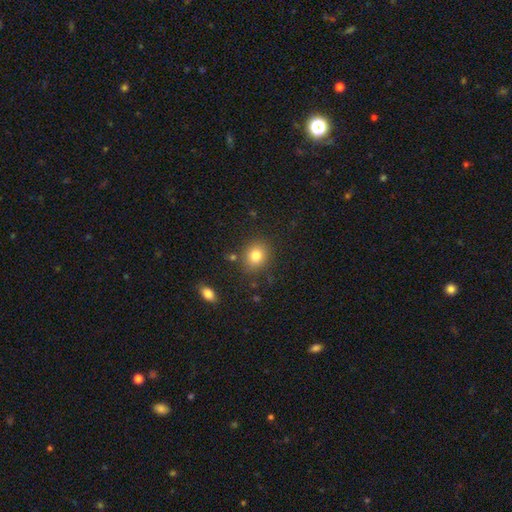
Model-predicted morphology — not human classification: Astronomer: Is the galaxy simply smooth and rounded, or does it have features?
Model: smooth — 80%.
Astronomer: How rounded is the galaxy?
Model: round — 69%.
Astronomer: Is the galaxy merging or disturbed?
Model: none — 82%.